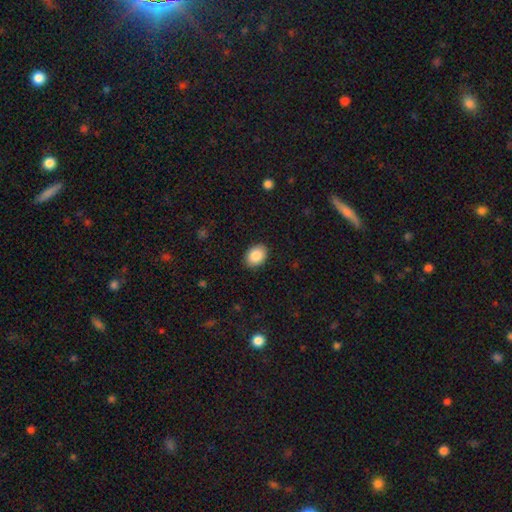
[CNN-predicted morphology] A smooth galaxy with no disk features (87%) that is in between round and cigar-shaped (70%).

Vote fractions:
- Smooth or featured? smooth: 87% / star or artifact: 7% / featured or disk: 5%
- How rounded? in between: 70% / round: 29% / cigar-shaped: 1%
- Merging? none: 90% / minor disturbance: 8% / major disturbance: 2% / merger: 1%